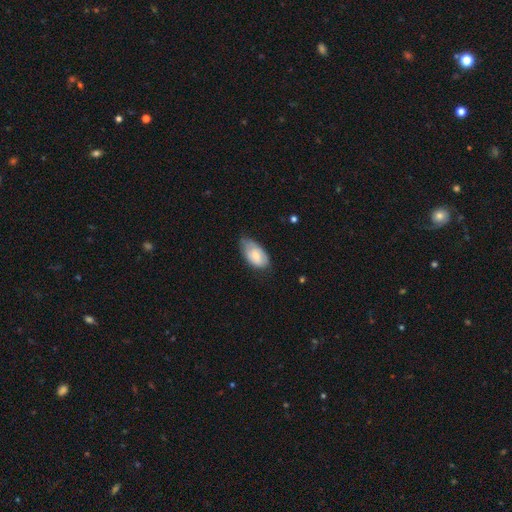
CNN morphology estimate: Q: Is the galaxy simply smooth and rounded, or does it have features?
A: smooth — 67%.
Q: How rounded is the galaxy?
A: in between — 93%.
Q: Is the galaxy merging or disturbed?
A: none — 48%.